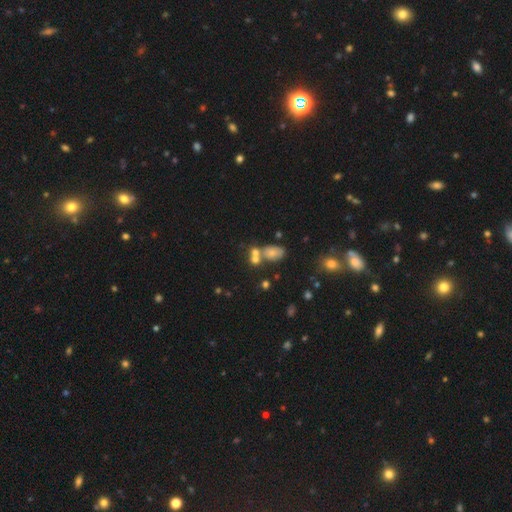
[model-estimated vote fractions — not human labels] smooth_or_featured: smooth (p=0.62) [alt: featured or disk p=0.19]
how_rounded: in between (p=0.54) [alt: round p=0.44]
merging: merger (p=0.47) [alt: none p=0.38]